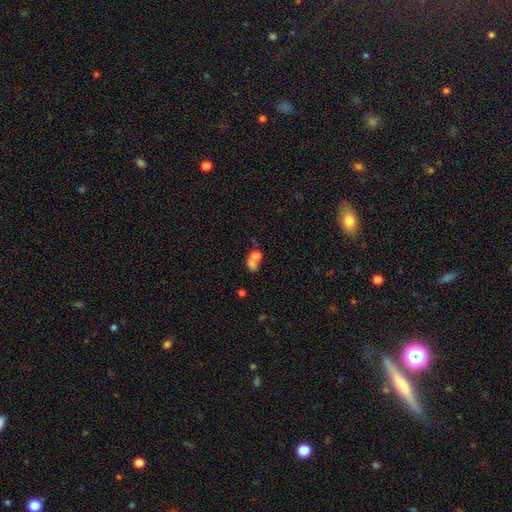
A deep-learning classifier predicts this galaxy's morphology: Smooth or featured? Predicted: smooth (p=0.69). How rounded? Predicted: round (p=0.51). Merging? Predicted: merger (p=0.56).